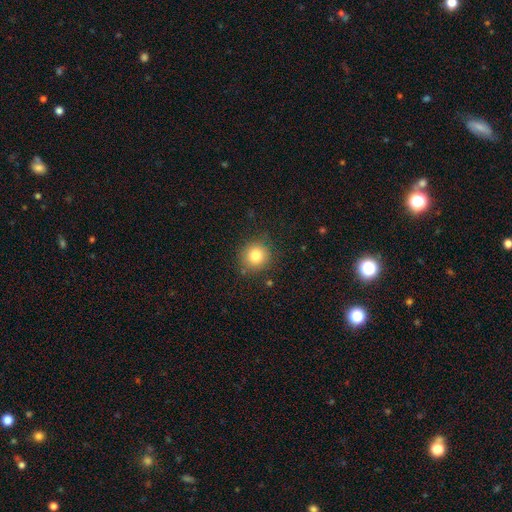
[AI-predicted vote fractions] Q: Smooth or featured?
A: smooth (81%); runner-up: star or artifact (11%)
Q: How rounded?
A: round (92%); runner-up: in between (7%)
Q: Merging?
A: none (85%); runner-up: minor disturbance (10%)